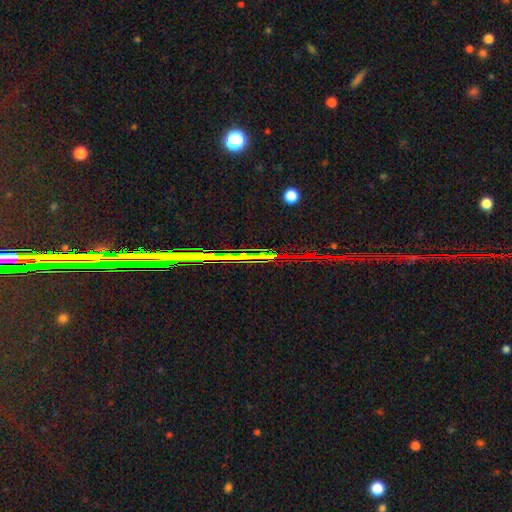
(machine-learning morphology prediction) Smooth or featured? Predicted: star or artifact (p=0.82).